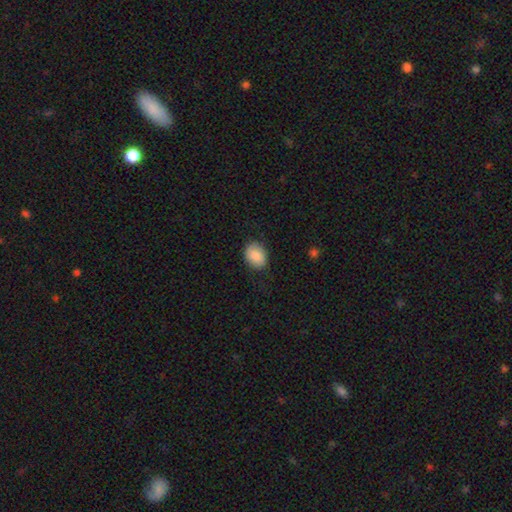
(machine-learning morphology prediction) Smooth or featured? smooth (85%)
How rounded? in between (60%)
Merging? none (82%)